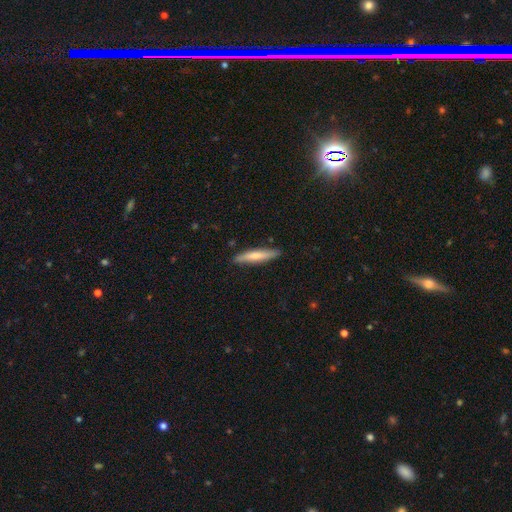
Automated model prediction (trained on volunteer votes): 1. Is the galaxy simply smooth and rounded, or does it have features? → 65% smooth, 30% featured or disk, 5% star or artifact.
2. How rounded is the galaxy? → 90% cigar-shaped, 9% in between, 1% round.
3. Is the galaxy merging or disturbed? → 87% none, 10% minor disturbance, 2% major disturbance, 1% merger.